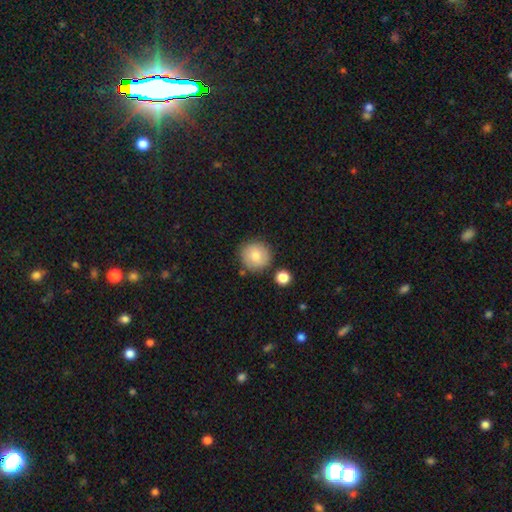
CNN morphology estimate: smooth_or_featured: smooth (p=0.80) [alt: featured or disk p=0.12]
how_rounded: round (p=0.93) [alt: in between p=0.06]
merging: none (p=0.82) [alt: minor disturbance p=0.10]